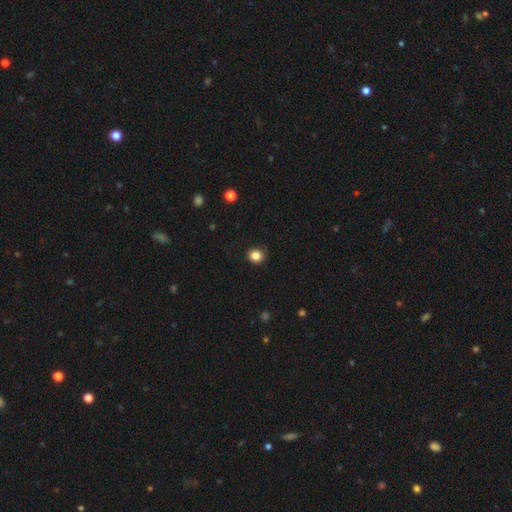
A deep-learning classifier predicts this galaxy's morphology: This is clearly a smooth galaxy (85%). How rounded: clearly round (81%). Merging: clearly none (89%).